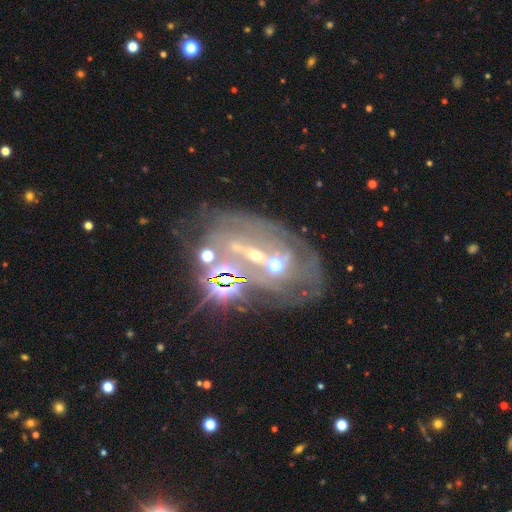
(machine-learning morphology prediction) Smooth or featured? Predicted: featured or disk (p=0.62). Edge-on disk? Predicted: no (p=0.94). Bar? Predicted: no (p=0.51). Spiral arms? Predicted: yes (p=0.54). Bulge size? Predicted: small (p=0.54). Merging? Predicted: none (p=0.43).